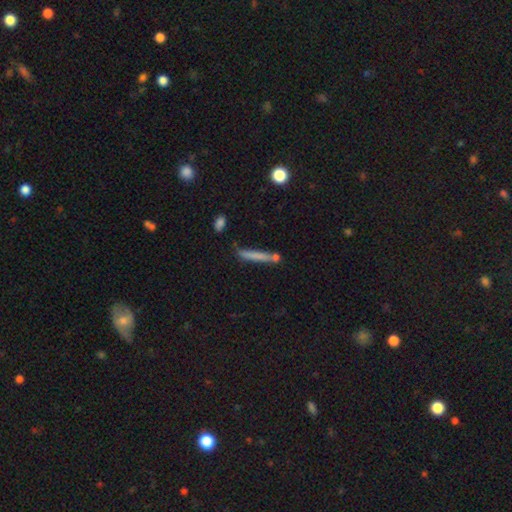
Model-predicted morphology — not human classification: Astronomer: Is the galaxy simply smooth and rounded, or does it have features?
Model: smooth — 69%.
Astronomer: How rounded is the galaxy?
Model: cigar-shaped — 93%.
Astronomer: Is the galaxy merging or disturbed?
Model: none — 67%.